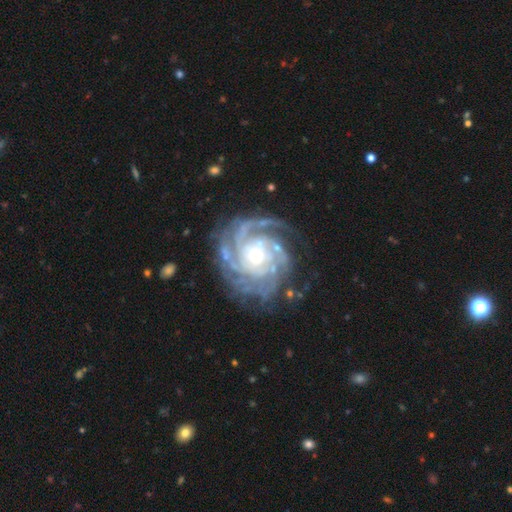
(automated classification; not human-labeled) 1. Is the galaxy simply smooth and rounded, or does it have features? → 91% featured or disk, 5% star or artifact, 4% smooth.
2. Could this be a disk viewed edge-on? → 98% no, 2% yes.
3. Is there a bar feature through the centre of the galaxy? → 74% no, 19% weak, 7% strong.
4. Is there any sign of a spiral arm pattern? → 98% yes, 2% no.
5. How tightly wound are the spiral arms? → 70% tight, 26% medium, 4% loose.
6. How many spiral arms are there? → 26% 4, 21% more than 4, 20% 3, 16% can't tell, 10% 2, 7% 1.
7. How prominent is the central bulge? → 61% small, 32% moderate, 4% large, 1% none, 1% dominant.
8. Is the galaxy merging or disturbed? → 74% none, 16% minor disturbance, 8% major disturbance, 2% merger.